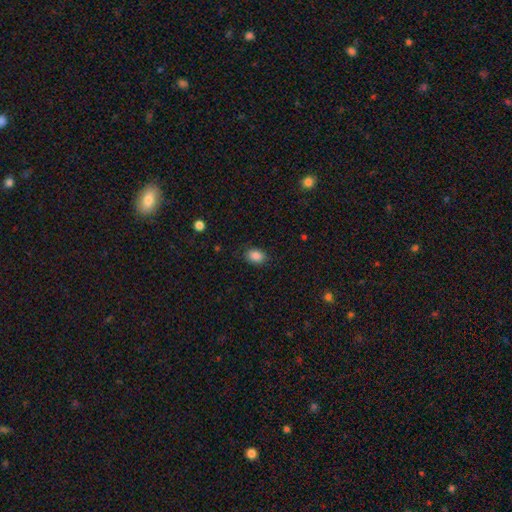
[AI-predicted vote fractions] A smooth galaxy with no disk features (87%) that is in between round and cigar-shaped (75%). Merging: none (85%).